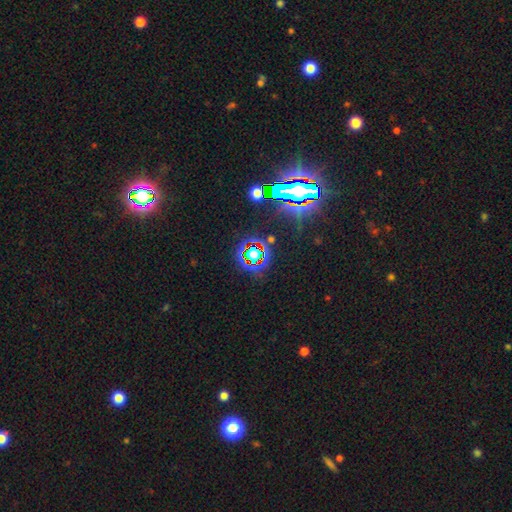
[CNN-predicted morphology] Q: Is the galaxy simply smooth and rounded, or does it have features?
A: star or artifact — 69%.